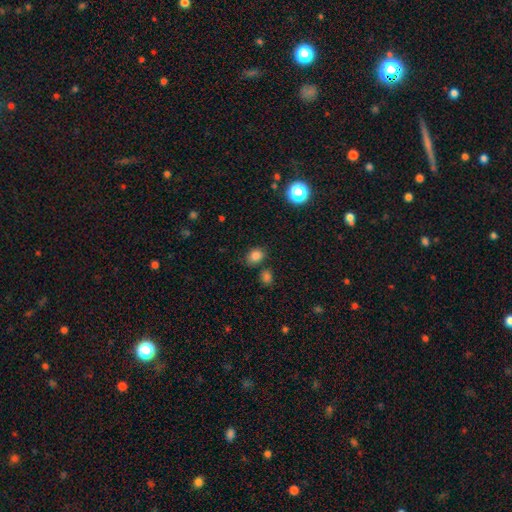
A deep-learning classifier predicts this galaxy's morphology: Smooth or featured? smooth (82%)
How rounded? in between (53%)
Merging? none (75%)